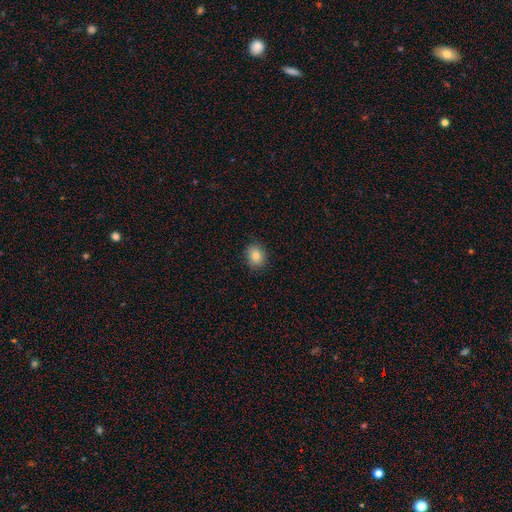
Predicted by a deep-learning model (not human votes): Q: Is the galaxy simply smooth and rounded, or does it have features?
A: smooth — 84%.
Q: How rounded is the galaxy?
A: round — 60%.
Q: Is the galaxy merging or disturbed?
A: none — 87%.